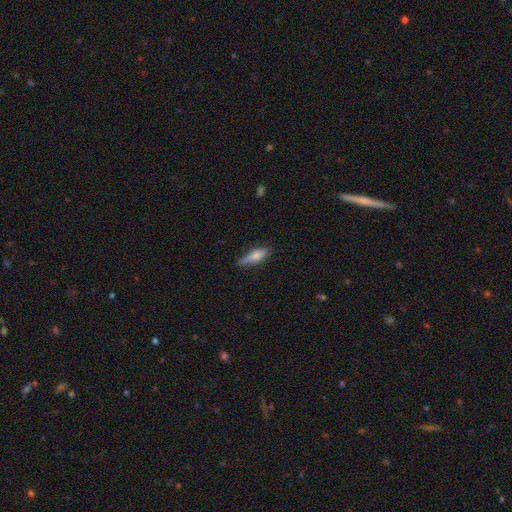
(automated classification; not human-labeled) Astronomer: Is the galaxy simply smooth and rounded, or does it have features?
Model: smooth — 68%.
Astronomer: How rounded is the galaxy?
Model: cigar-shaped — 60% (runner-up: in between, 38%).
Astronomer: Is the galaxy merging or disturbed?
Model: none — 70%.